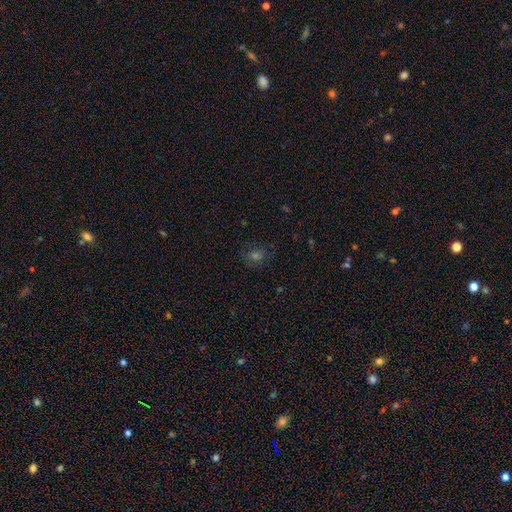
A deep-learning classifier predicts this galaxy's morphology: The model was most divided on "smooth or featured": smooth: 45%, star or artifact: 35%, featured or disk: 20%. More confident: merging — none (78%).